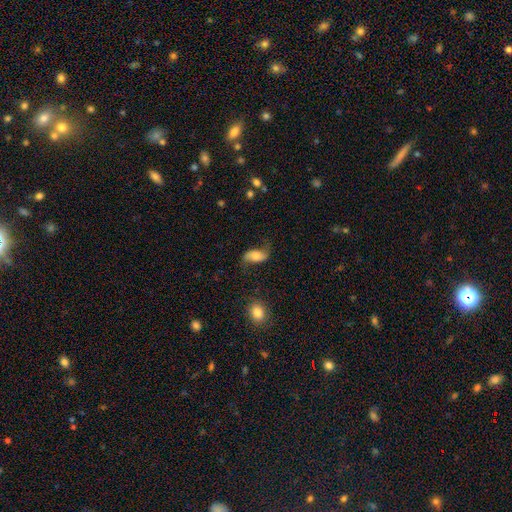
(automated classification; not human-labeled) This is possibly a featured or disk galaxy (50%). It is clearly not viewed edge-on (93%). Merging: likely none (65%).